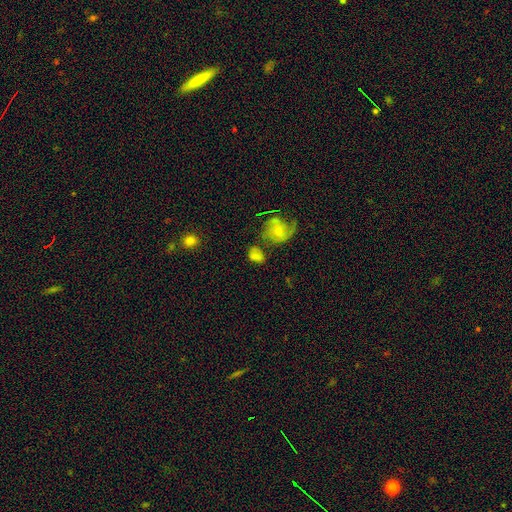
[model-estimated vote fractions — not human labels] Smooth or featured?
  - smooth: 62% *
  - featured or disk: 25%
  - star or artifact: 12%
How rounded?
  - in between: 68% *
  - round: 29%
  - cigar-shaped: 2%
Merging?
  - none: 47% *
  - minor disturbance: 22%
  - merger: 18%
  - major disturbance: 14%